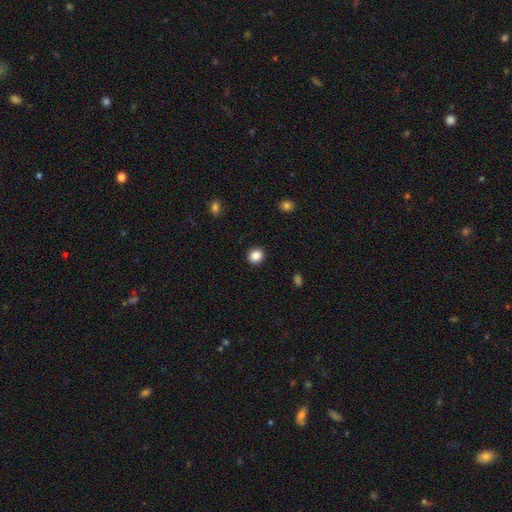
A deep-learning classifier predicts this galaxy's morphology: smooth 87%, star or artifact 10%, featured or disk 3%. Down the decision tree: how rounded — round (83%); merging — none (91%).